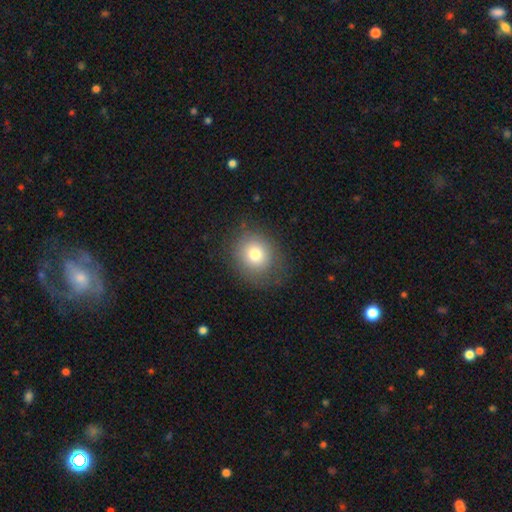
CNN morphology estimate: Smooth or featured?
  - smooth: 77% *
  - featured or disk: 12%
  - star or artifact: 11%
How rounded?
  - round: 73% *
  - in between: 26%
  - cigar-shaped: 1%
Merging?
  - none: 78% *
  - minor disturbance: 14%
  - major disturbance: 6%
  - merger: 1%